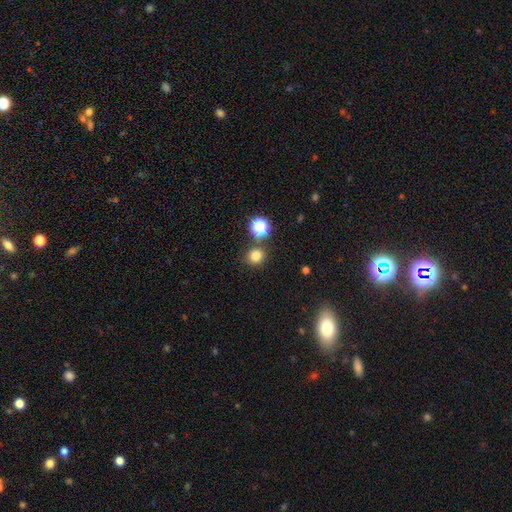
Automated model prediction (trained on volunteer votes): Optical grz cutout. It shows a smooth galaxy with no disk features (78%) that is round (89%). Merging: none (81%).